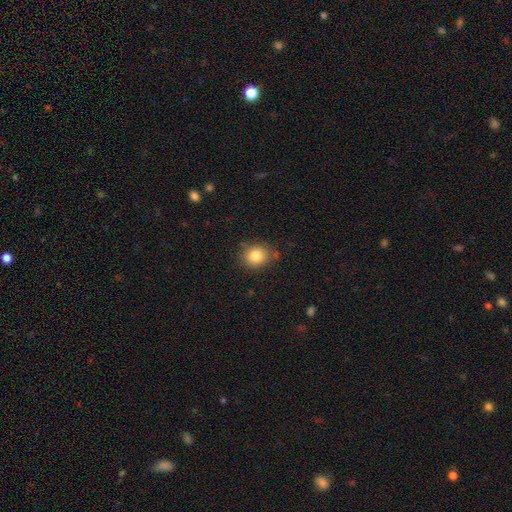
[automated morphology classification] type=smooth (83%); roundness=round (69%); merging=none (81%).